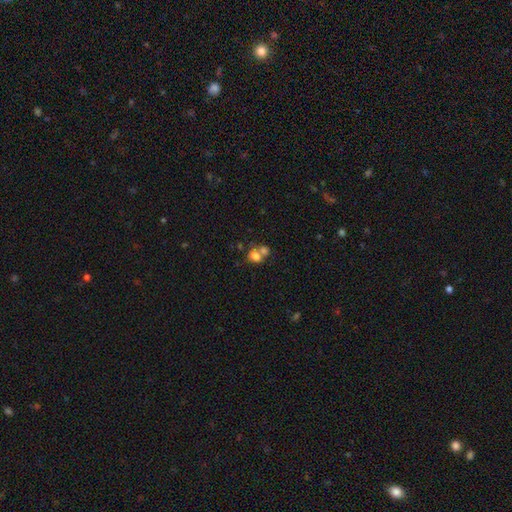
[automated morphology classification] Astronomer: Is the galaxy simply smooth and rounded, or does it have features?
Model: smooth — 74%.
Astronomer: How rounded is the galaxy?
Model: in between — 50% (runner-up: round, 49%).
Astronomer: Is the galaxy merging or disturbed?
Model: merger — 56%.